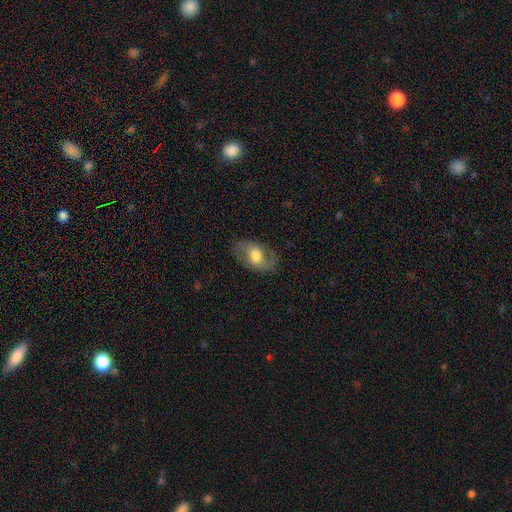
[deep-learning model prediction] Smooth or featured? featured or disk (47%)
Merging? none (75%)